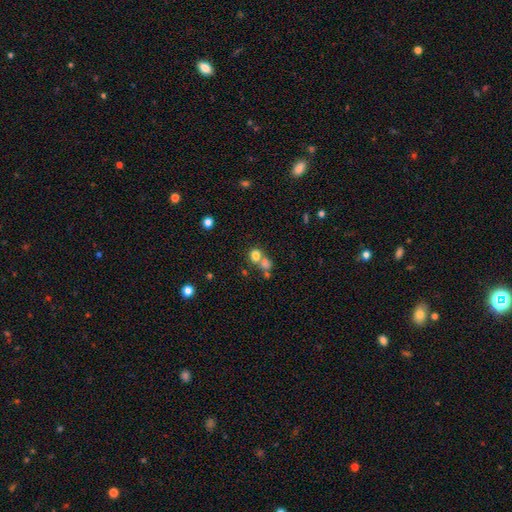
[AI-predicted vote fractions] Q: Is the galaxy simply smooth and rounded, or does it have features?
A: smooth — 76%.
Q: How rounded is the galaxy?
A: round — 77%.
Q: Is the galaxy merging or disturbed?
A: none — 45%.